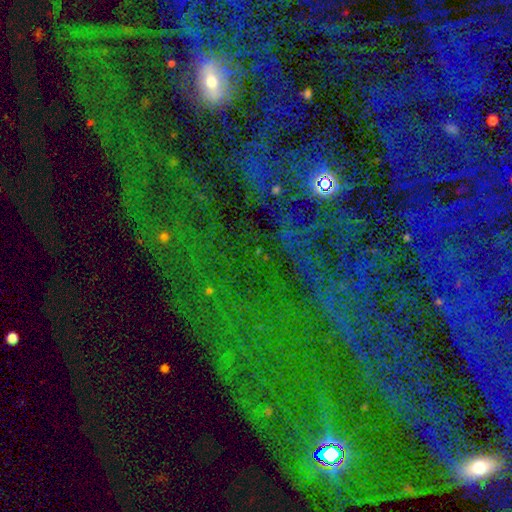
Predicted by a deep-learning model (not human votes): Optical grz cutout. It shows a star or artifact, not a galaxy (76%).